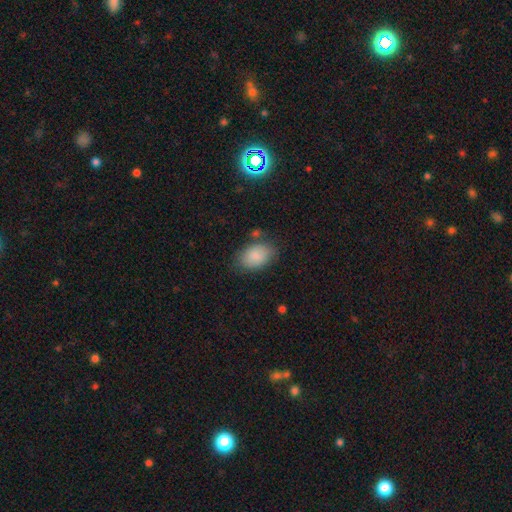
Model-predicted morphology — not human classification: Smooth or featured: smooth — 87% (star or artifact — 7%)
How rounded: in between — 87% (round — 11%)
Merging: none — 74% (minor disturbance — 17%)